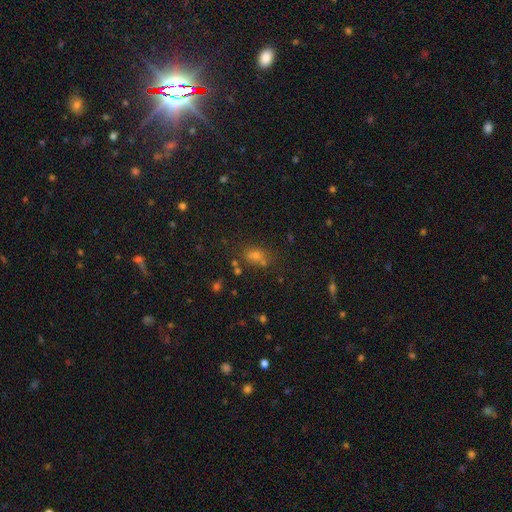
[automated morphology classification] The model was most divided on "how rounded": in between: 54%, round: 43%, cigar-shaped: 3%. More confident: merging — none (63%); smooth or featured — smooth (56%).